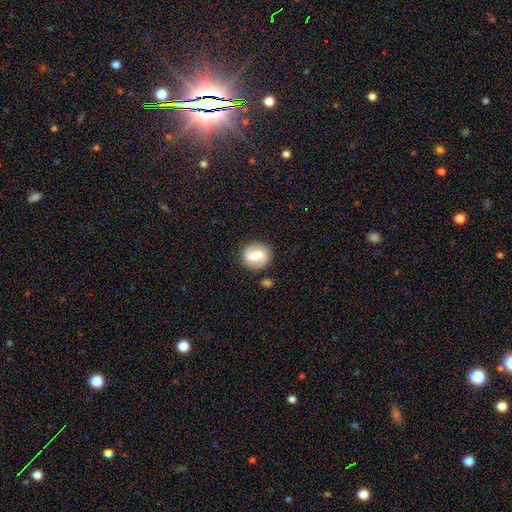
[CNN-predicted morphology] This is likely a featured or disk galaxy (66%). It is clearly not viewed edge-on (98%). Bar: marginally weak (44%). Spiral arm pattern: clearly yes (88%). Spiral arm count: clearly 2 (88%). Spiral winding: marginally medium (45%). Central bulge: possibly moderate (49%). Merging: clearly none (83%).